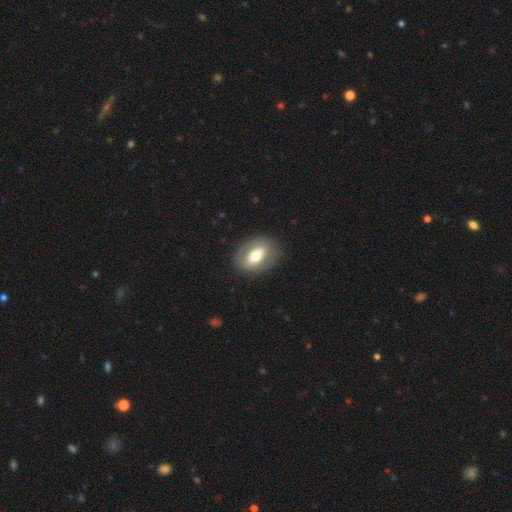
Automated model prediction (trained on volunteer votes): This appears to be a smooth galaxy with no disk features (60%) that is in between round and cigar-shaped (81%). Merging: none (83%).